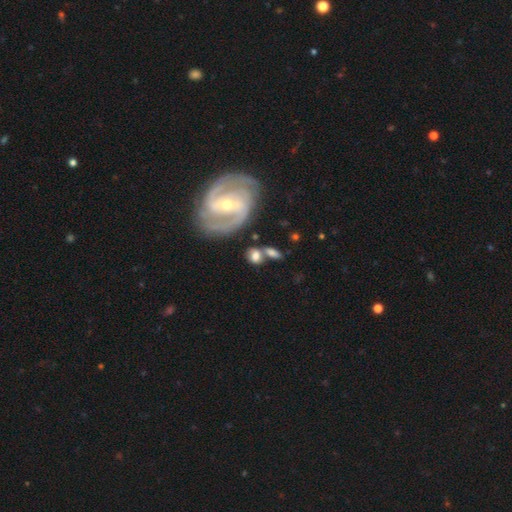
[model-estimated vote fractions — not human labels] Overall: smooth (55%; featured or disk 36%). How rounded: in between (53%; round 43%). Merging: none (52%; merger 25%).